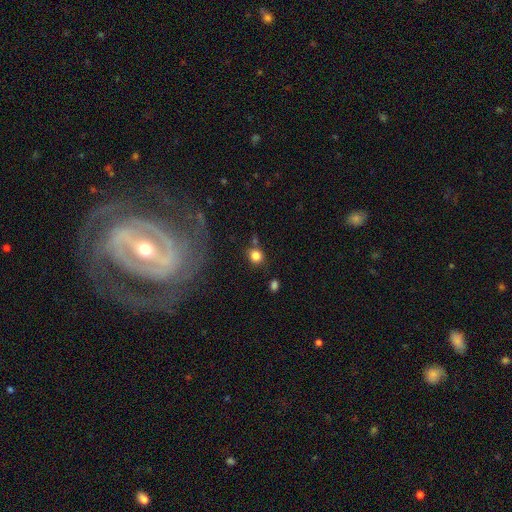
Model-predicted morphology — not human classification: type=smooth (82%); roundness=round (80%); merging=none (74%).